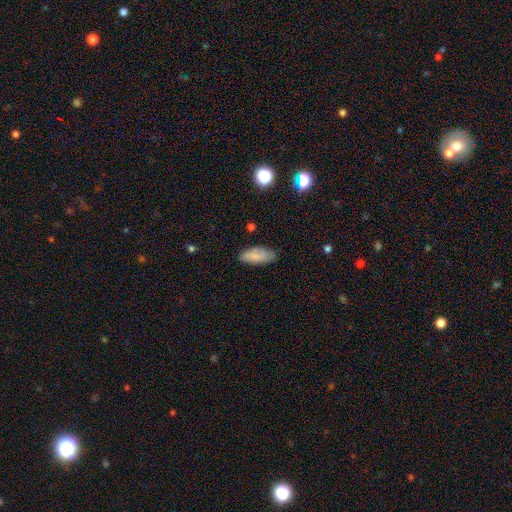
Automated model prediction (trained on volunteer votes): smooth-or-featured: smooth: 79% | featured or disk: 13% | star or artifact: 8%
  how-rounded: in between: 83% | cigar-shaped: 15% | round: 2%
  merging: none: 72% | minor disturbance: 22% | major disturbance: 4% | merger: 2%